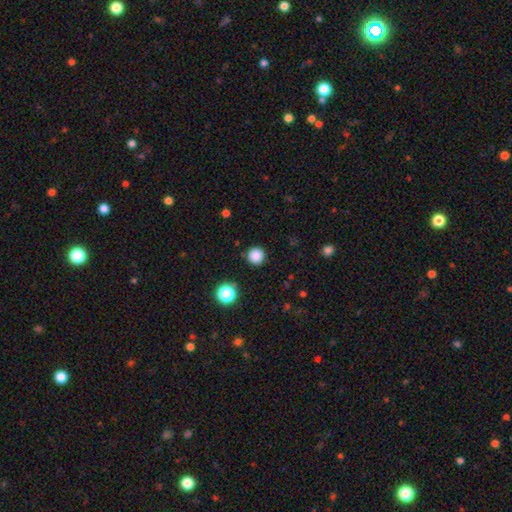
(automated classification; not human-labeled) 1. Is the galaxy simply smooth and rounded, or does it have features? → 85% smooth, 12% star or artifact, 3% featured or disk.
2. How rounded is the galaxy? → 95% round, 4% in between, 1% cigar-shaped.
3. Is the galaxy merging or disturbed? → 89% none, 7% minor disturbance, 2% major disturbance, 2% merger.